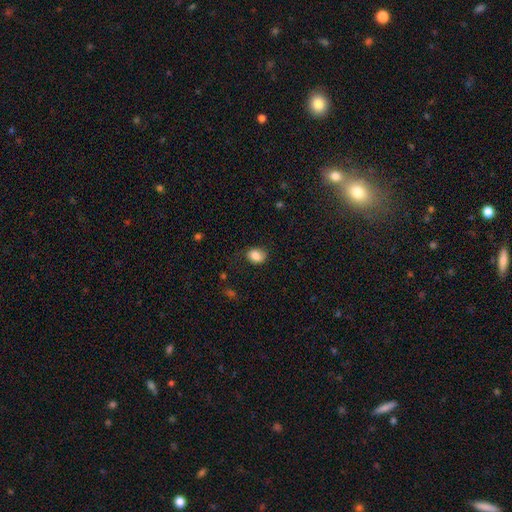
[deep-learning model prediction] Q: Smooth or featured?
A: smooth (81%); runner-up: featured or disk (10%)
Q: How rounded?
A: in between (54%); runner-up: round (45%)
Q: Merging?
A: none (71%); runner-up: minor disturbance (21%)